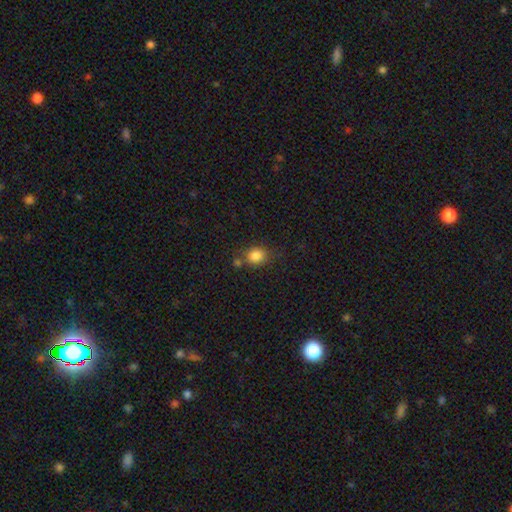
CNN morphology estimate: type=smooth (83%); roundness=round (70%); merging=none (62%).